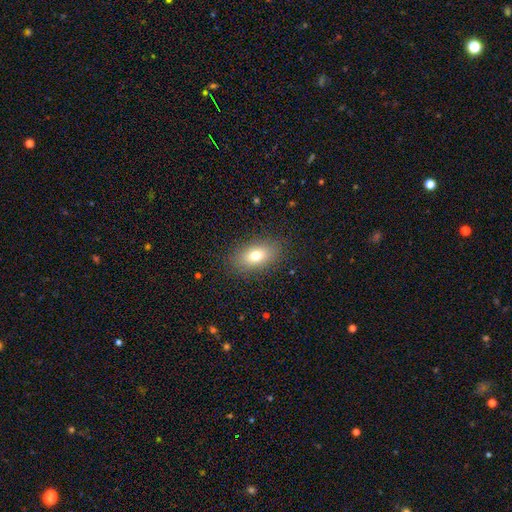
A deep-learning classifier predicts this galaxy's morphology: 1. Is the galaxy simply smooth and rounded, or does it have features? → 75% smooth, 15% featured or disk, 10% star or artifact.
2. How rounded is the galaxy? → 86% in between, 10% round, 4% cigar-shaped.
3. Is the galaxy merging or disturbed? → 87% none, 9% minor disturbance, 3% major disturbance, 1% merger.